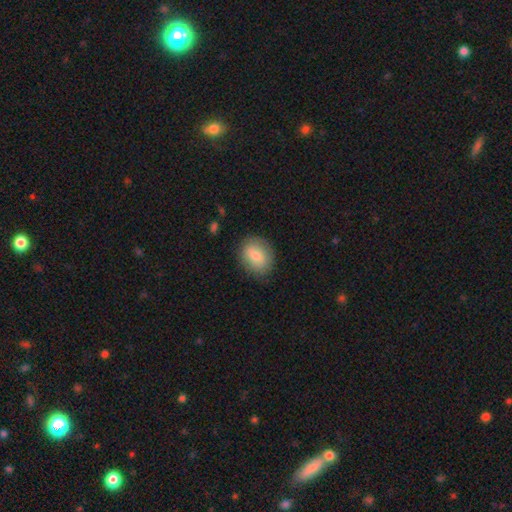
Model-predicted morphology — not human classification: type=smooth (76%); roundness=in between (51%); merging=none (82%).